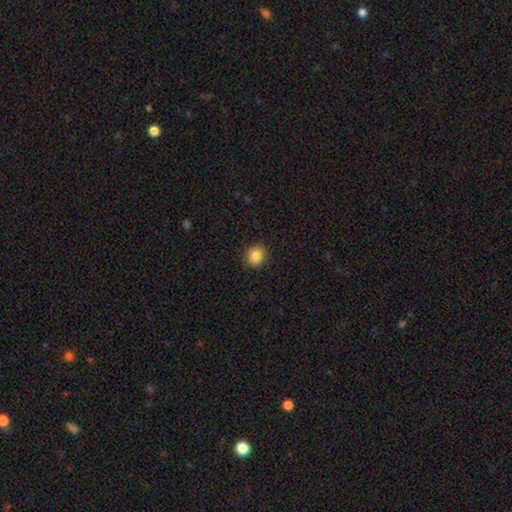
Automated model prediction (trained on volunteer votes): smooth-or-featured: smooth: 86% | star or artifact: 10% | featured or disk: 4%
  how-rounded: round: 80% | in between: 19% | cigar-shaped: 1%
  merging: none: 90% | minor disturbance: 7% | major disturbance: 2% | merger: 1%